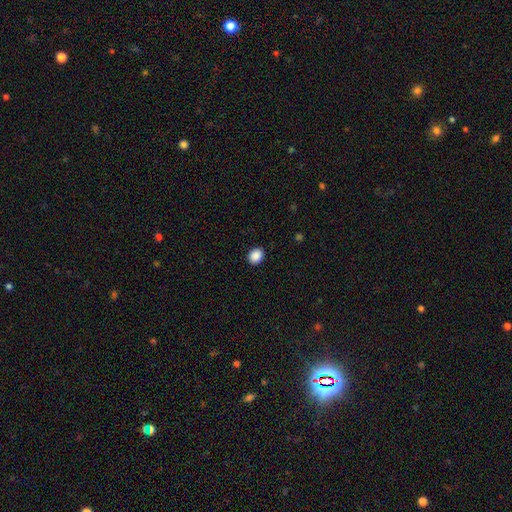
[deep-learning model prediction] This is clearly a smooth galaxy (89%). How rounded: possibly round (55%). Merging: clearly none (90%).